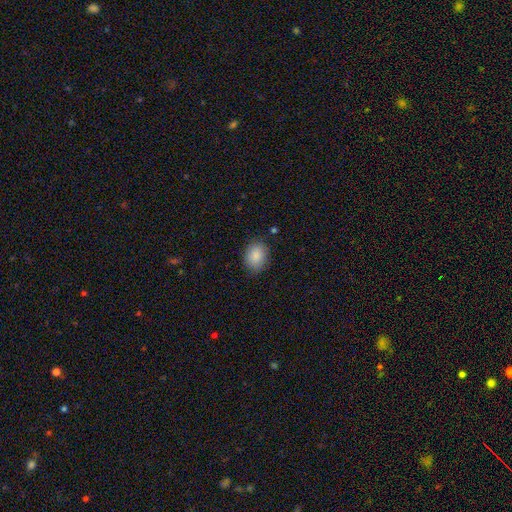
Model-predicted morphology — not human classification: type=smooth (88%); roundness=in between (66%); merging=none (83%).